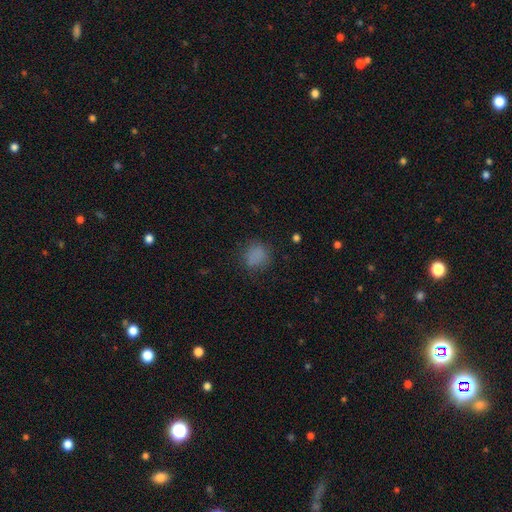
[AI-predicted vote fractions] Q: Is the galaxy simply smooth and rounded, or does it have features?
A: smooth — 79%.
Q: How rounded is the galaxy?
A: round — 79%.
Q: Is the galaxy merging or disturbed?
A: none — 75%.